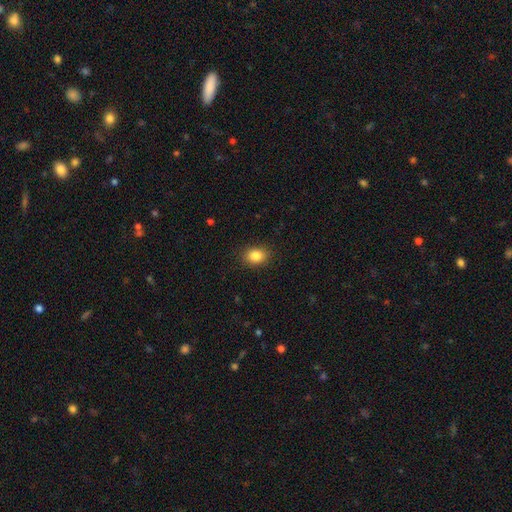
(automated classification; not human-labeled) Overall: smooth (85%). How rounded: in between (61%; round 38%). Merging: none (88%).